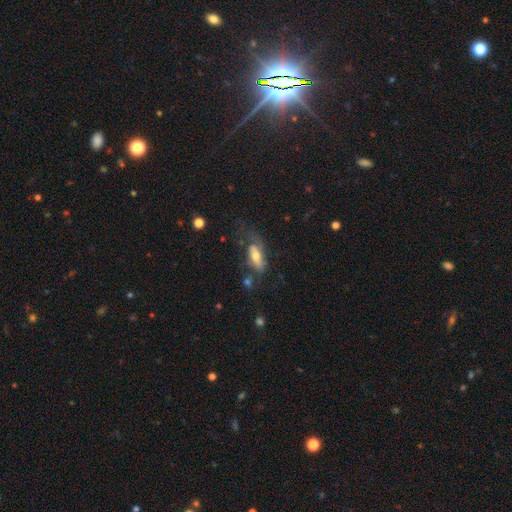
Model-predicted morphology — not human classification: Smooth or featured? Predicted: smooth (p=0.51). How rounded? Predicted: in between (p=0.77). Merging? Predicted: none (p=0.37).